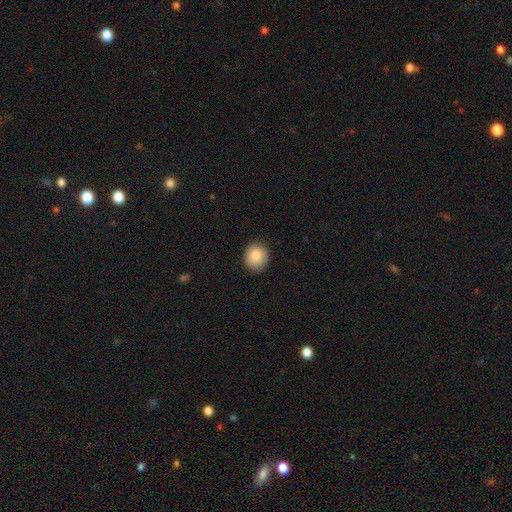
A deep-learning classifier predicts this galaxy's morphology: Smooth or featured? smooth (88%)
How rounded? round (81%)
Merging? none (88%)